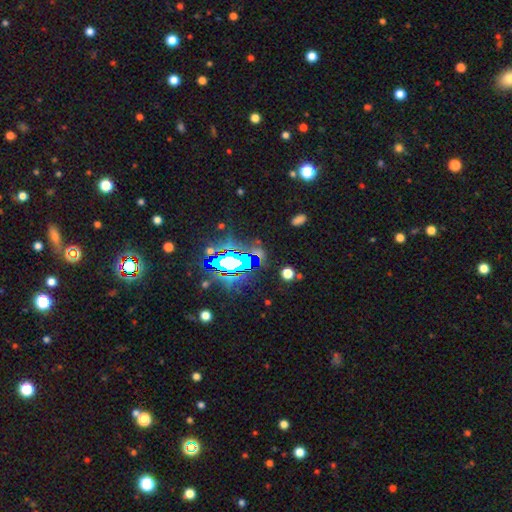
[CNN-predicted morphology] Smooth or featured?
  - star or artifact: 71% *
  - smooth: 16%
  - featured or disk: 13%